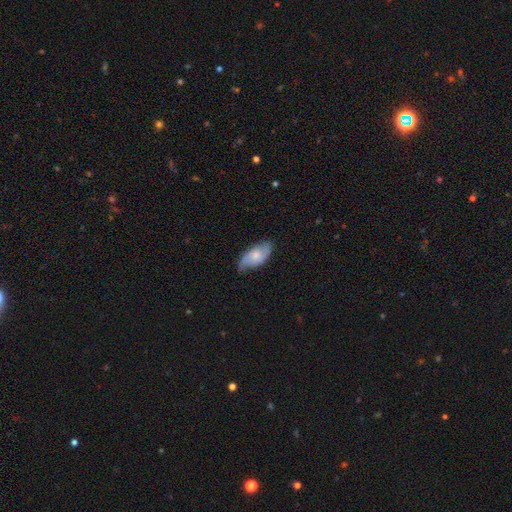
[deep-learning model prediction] This is possibly a featured or disk galaxy (49%). Merging: likely none (68%).